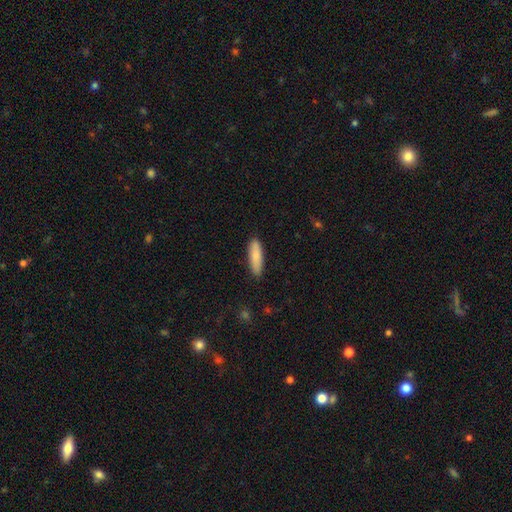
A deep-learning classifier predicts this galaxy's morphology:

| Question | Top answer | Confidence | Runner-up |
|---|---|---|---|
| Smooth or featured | smooth | 83% | featured or disk (12%) |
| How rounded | cigar-shaped | 59% | in between (40%) |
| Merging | none | 87% | minor disturbance (10%) |